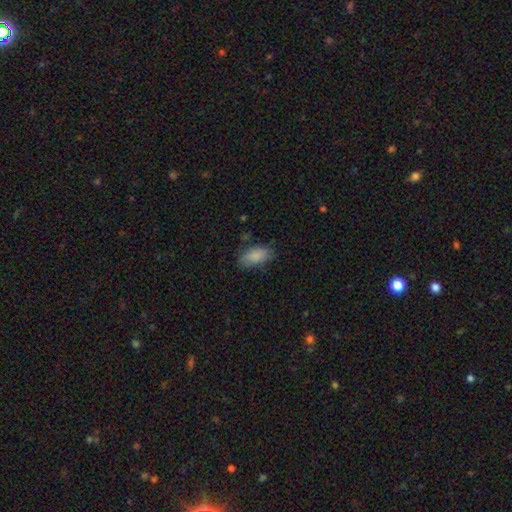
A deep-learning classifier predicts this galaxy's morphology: The model was most divided on "merging": none: 78%, minor disturbance: 17%, major disturbance: 4%, merger: 2%. More confident: how rounded — in between (92%); smooth or featured — smooth (87%).